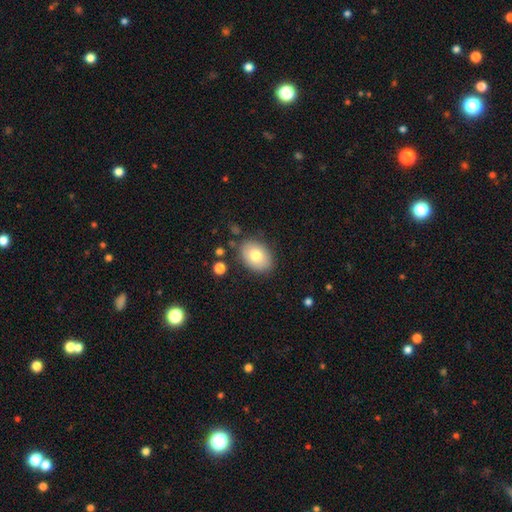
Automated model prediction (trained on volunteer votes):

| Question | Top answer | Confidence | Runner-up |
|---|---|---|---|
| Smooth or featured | smooth | 77% | featured or disk (16%) |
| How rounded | in between | 80% | round (19%) |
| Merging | none | 82% | minor disturbance (13%) |